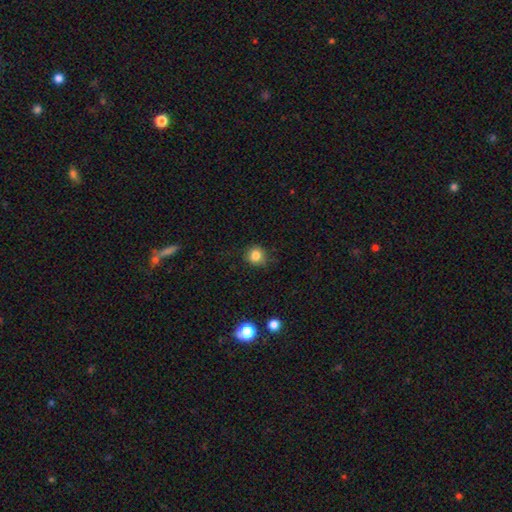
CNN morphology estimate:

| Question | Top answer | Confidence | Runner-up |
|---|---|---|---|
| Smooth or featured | smooth | 82% | star or artifact (12%) |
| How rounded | round | 88% | in between (11%) |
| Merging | none | 82% | minor disturbance (13%) |